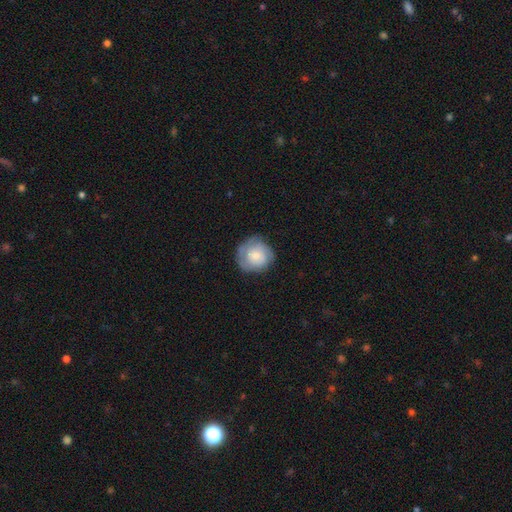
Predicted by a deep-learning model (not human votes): Overall: featured or disk (48%; smooth 45%). Merging: none (73%).